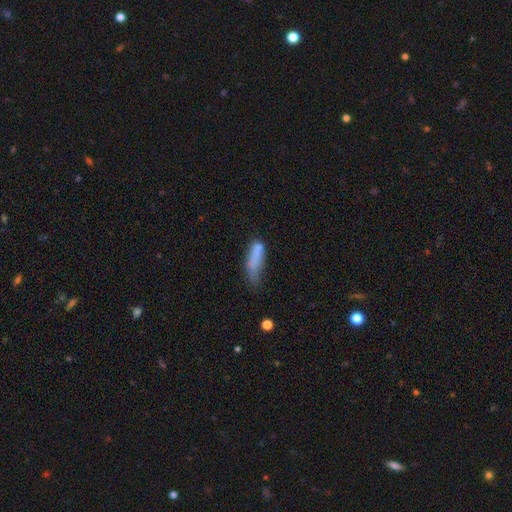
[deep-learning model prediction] The model was most divided on "merging" (2-way tie): minor disturbance: 34%, none: 34%, major disturbance: 24%, merger: 9%. More confident: smooth or featured — smooth (75%); how rounded — cigar-shaped (55%).